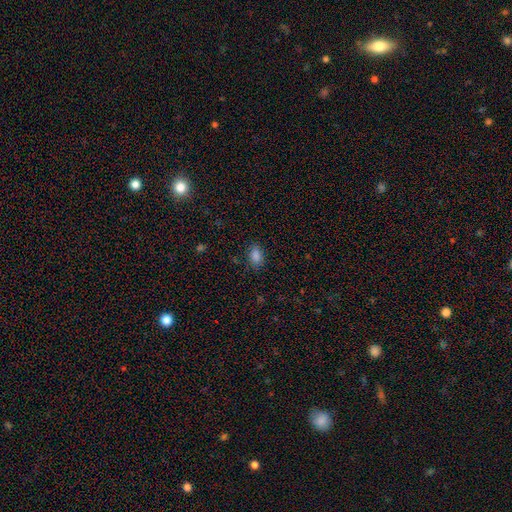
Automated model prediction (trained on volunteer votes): This appears to be a smooth galaxy with no disk features (86%) that is in between round and cigar-shaped (87%). Merging: none (83%).